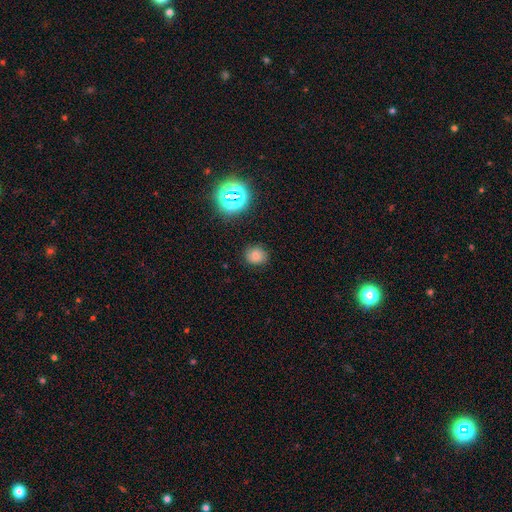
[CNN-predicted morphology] The model was most divided on "smooth or featured": smooth: 69%, star or artifact: 20%, featured or disk: 11%. More confident: merging — none (84%); how rounded — round (75%).